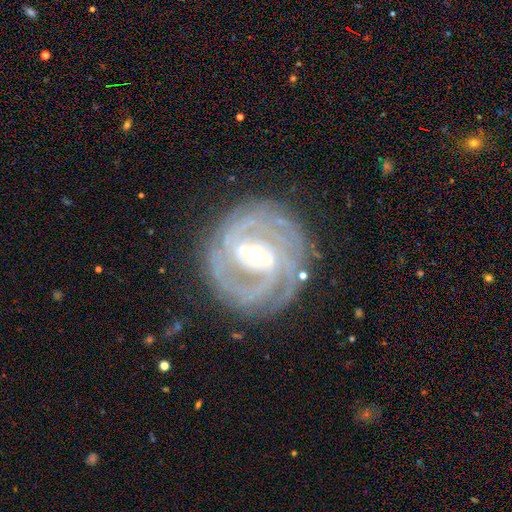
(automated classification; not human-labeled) Smooth or featured? featured or disk (89%)
Edge-on disk? no (96%)
Bar? weak (41%)
Spiral arms? yes (96%)
Spiral winding? tight (73%)
Spiral arm count? 2 (27%)
Bulge size? moderate (68%)
Merging? none (77%)